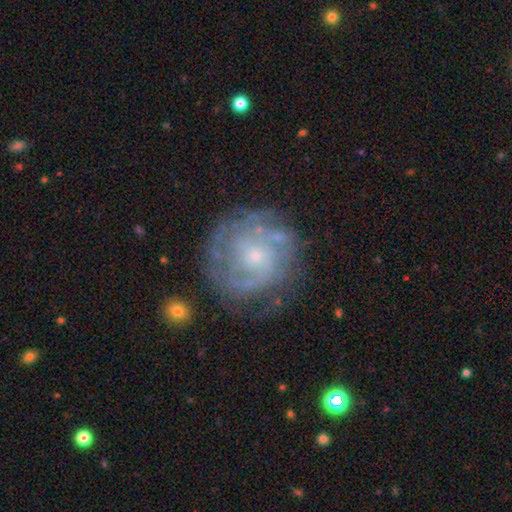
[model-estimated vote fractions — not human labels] featured or disk 77%, smooth 16%, star or artifact 7%. Down the decision tree: edge-on disk — no (98%); bar — no (74%); spiral arms — yes (84%); spiral arm count — can't tell (47%); spiral winding — tight (62%); bulge size — small (68%); merging — none (70%).